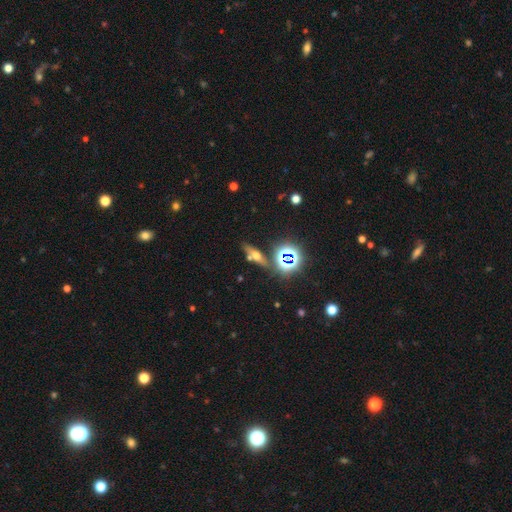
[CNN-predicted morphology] This appears to be a featured or disk galaxy (38%). Merging: none (70%).